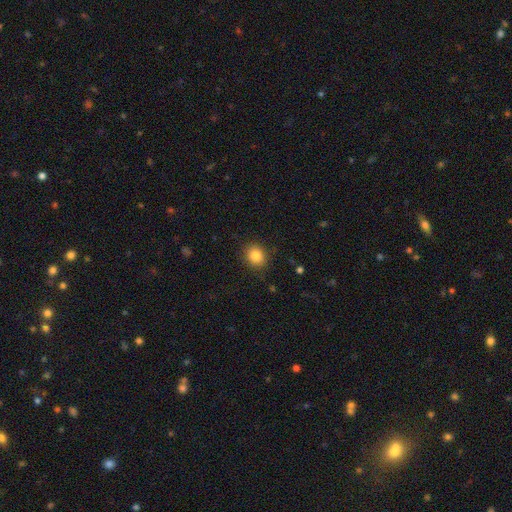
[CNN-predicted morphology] type=smooth (84%); roundness=round (69%); merging=none (88%).